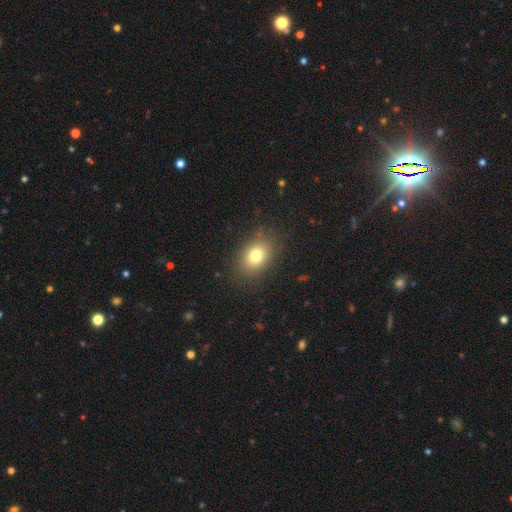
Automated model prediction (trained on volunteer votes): This is likely a smooth galaxy (77%). How rounded: likely in between (71%). Merging: clearly none (84%).